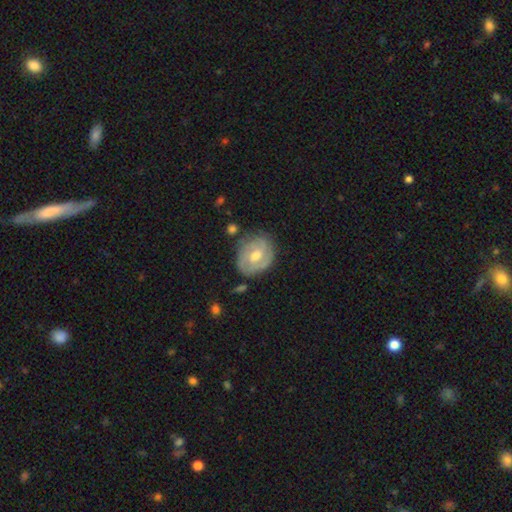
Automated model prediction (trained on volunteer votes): smooth_or_featured: featured or disk (p=0.67) [alt: smooth p=0.27]
disk_edge_on: no (p=0.96) [alt: yes p=0.04]
bar: weak (p=0.46) [alt: no p=0.44]
has_spiral_arms: yes (p=0.75) [alt: no p=0.25]
bulge_size: moderate (p=0.74) [alt: small p=0.18]
merging: none (p=0.70) [alt: minor disturbance p=0.21]